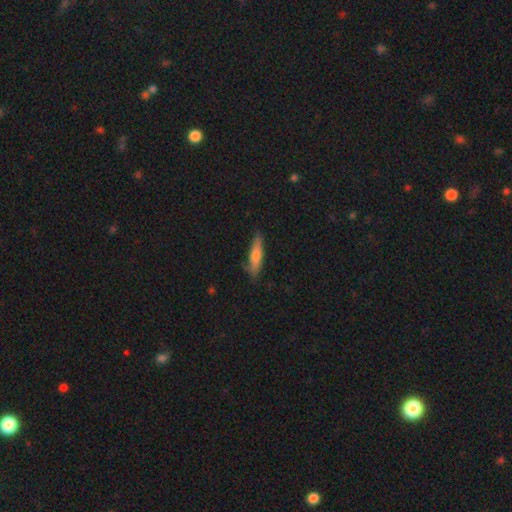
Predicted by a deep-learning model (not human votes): This appears to be a smooth galaxy with no disk features (68%) that is cigar-shaped (74%). Merging: none (73%).